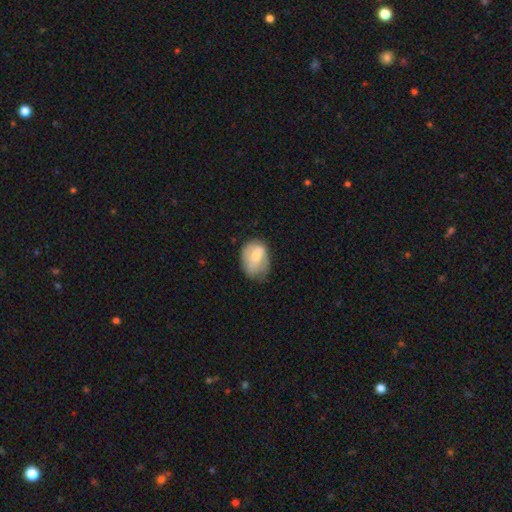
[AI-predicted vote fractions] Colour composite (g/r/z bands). It shows a smooth galaxy with no disk features (58%) that is in between round and cigar-shaped (71%). Merging: none (55%).